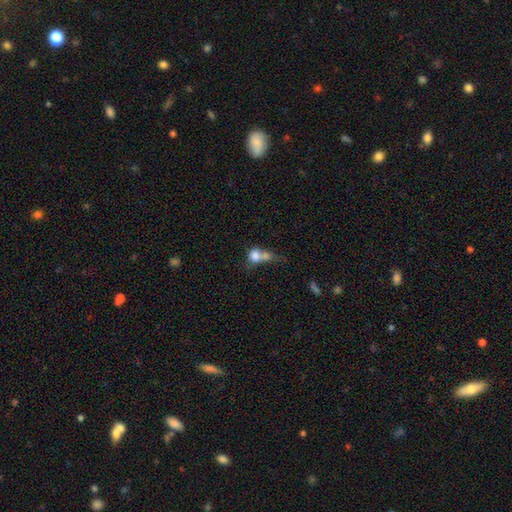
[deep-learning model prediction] A smooth galaxy with no disk features (73%) that is round (62%).

Vote fractions:
- Smooth or featured? smooth: 73% / featured or disk: 16% / star or artifact: 11%
- How rounded? round: 62% / in between: 35% / cigar-shaped: 3%
- Merging? merger: 60% / none: 19% / major disturbance: 12% / minor disturbance: 10%